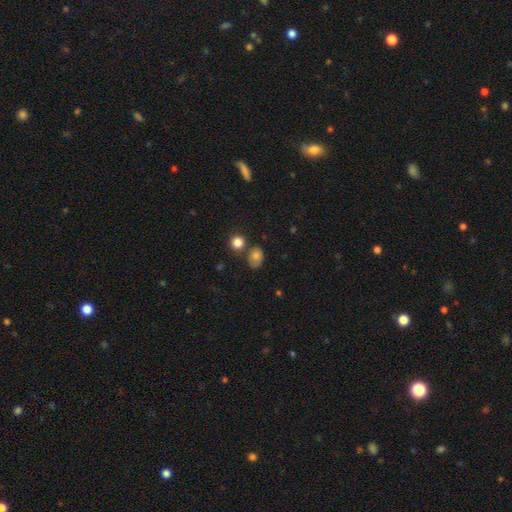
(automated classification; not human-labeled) The model was most divided on "how rounded": in between: 63%, round: 36%, cigar-shaped: 1%. More confident: smooth or featured — smooth (76%); merging — none (58%).